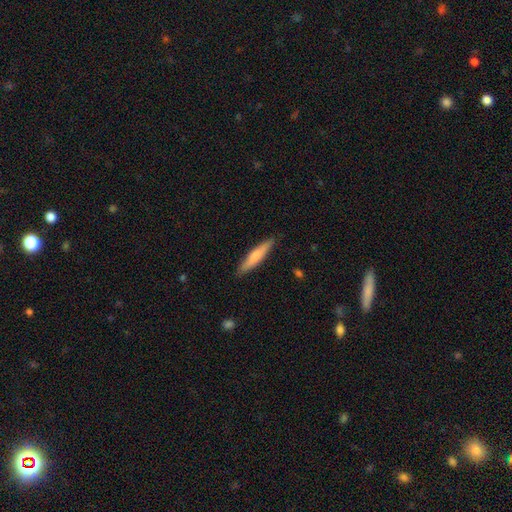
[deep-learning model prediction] Overall: smooth (69%). How rounded: cigar-shaped (88%). Merging: none (88%).